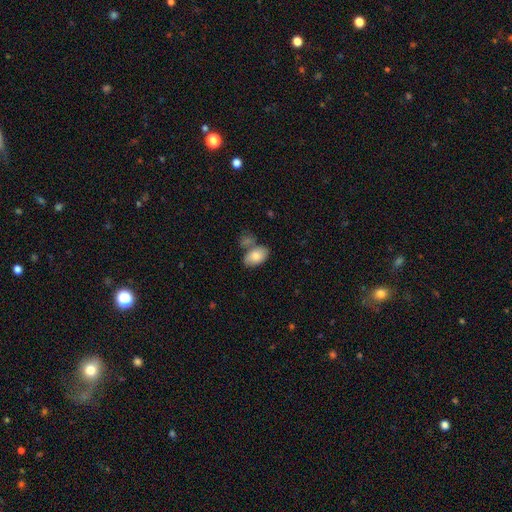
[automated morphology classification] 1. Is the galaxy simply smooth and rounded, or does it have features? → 79% smooth, 15% featured or disk, 6% star or artifact.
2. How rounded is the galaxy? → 92% in between, 7% round, 2% cigar-shaped.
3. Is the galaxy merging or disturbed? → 50% none, 28% merger, 16% minor disturbance, 5% major disturbance.